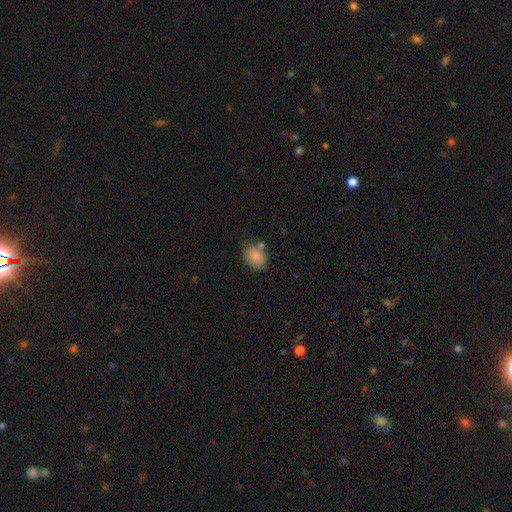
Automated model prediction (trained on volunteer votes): This appears to be a smooth galaxy with no disk features (85%) that is in between round and cigar-shaped (72%). Merging: none (66%).